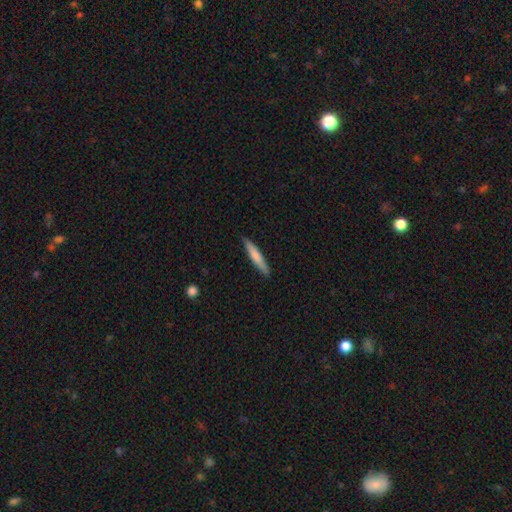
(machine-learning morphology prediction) Smooth or featured? smooth (73%)
How rounded? cigar-shaped (92%)
Merging? none (88%)